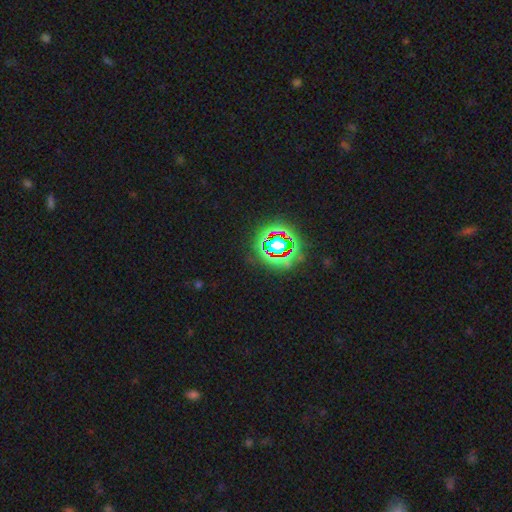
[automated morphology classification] A star or artifact, not a galaxy (77%).